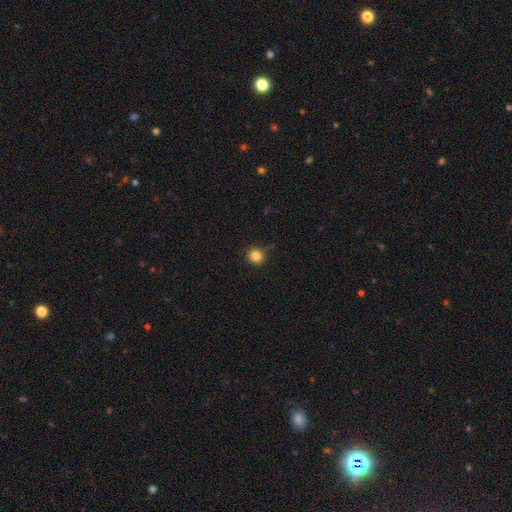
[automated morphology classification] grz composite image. It shows a smooth galaxy with no disk features (85%) that is round (92%). Merging: none (83%).